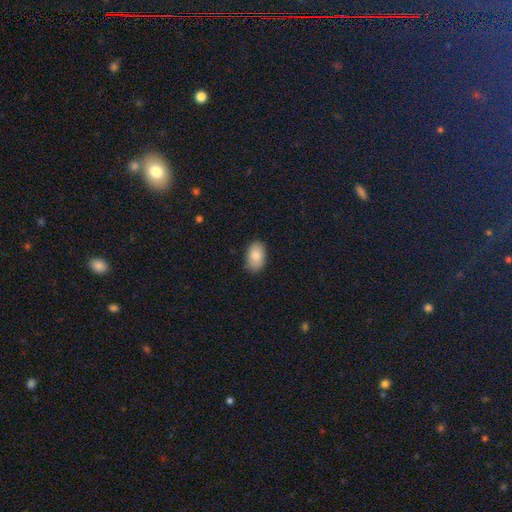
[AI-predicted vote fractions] A smooth galaxy with no disk features (84%) that is in between round and cigar-shaped (90%). Merging: none (86%).